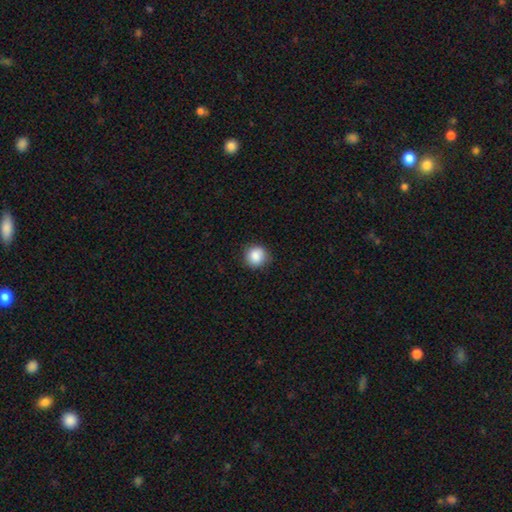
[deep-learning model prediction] Smooth or featured: smooth — 87% (star or artifact — 9%)
How rounded: round — 92% (in between — 8%)
Merging: none — 87% (minor disturbance — 9%)